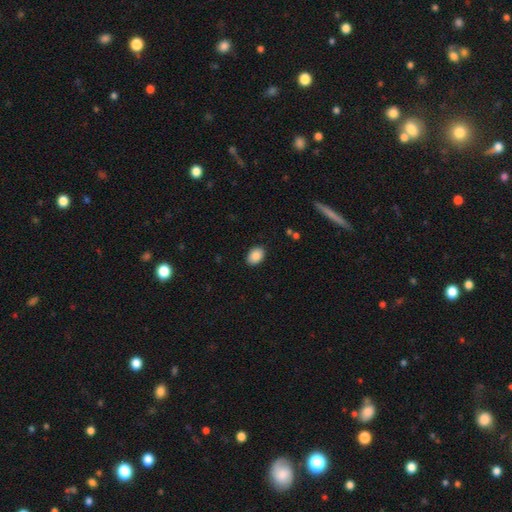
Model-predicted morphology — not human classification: Overall: smooth (88%). How rounded: in between (80%). Merging: none (89%).